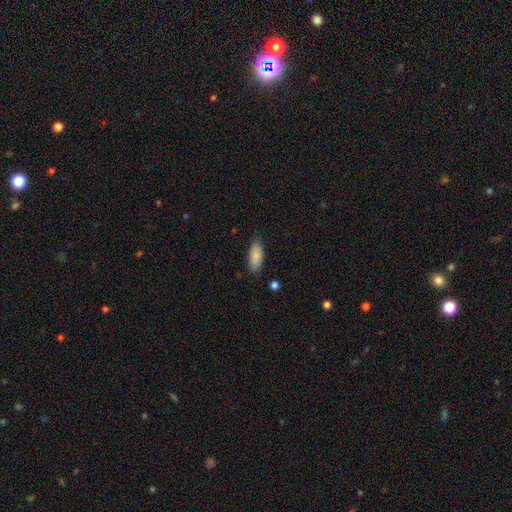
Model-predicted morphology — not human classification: Smooth or featured?
  - smooth: 85% *
  - featured or disk: 9%
  - star or artifact: 7%
How rounded?
  - in between: 85% *
  - cigar-shaped: 13%
  - round: 2%
Merging?
  - none: 81% *
  - minor disturbance: 15%
  - major disturbance: 3%
  - merger: 2%